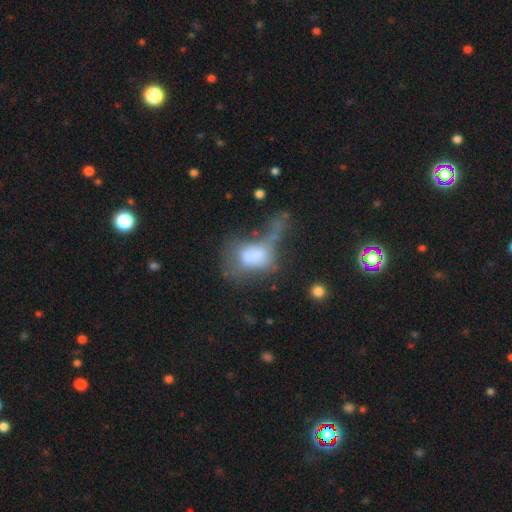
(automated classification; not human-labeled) Smooth or featured?
  - smooth: 57% *
  - featured or disk: 31%
  - star or artifact: 13%
How rounded?
  - in between: 75% *
  - round: 22%
  - cigar-shaped: 3%
Merging?
  - major disturbance: 48% *
  - merger: 26%
  - none: 14%
  - minor disturbance: 13%